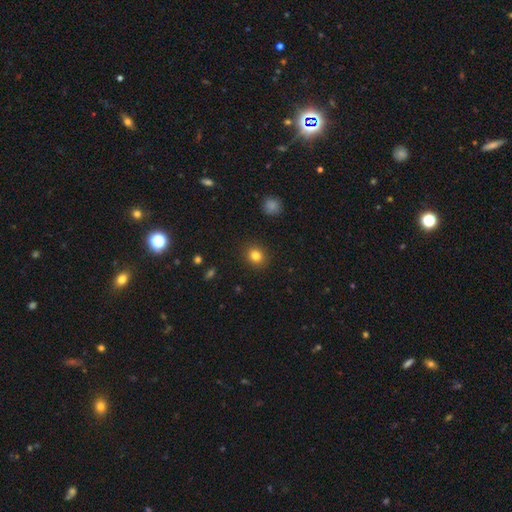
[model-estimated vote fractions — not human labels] smooth_or_featured: smooth (p=0.82) [alt: star or artifact p=0.12]
how_rounded: round (p=0.75) [alt: in between p=0.24]
merging: none (p=0.90) [alt: minor disturbance p=0.07]